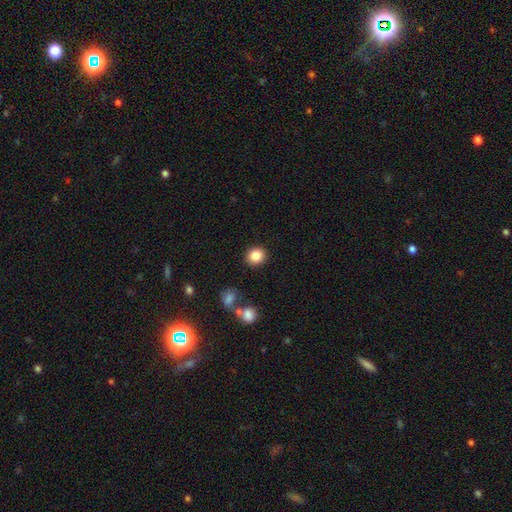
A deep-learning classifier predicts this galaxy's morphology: Smooth or featured? Predicted: smooth (p=0.85). How rounded? Predicted: round (p=0.82). Merging? Predicted: none (p=0.89).